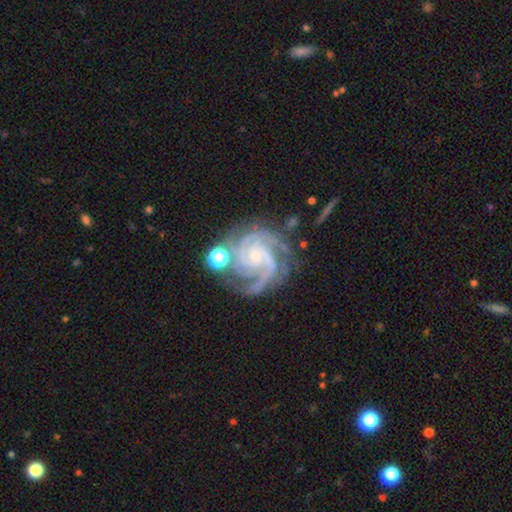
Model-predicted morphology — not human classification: Q: Smooth or featured?
A: featured or disk (92%); runner-up: star or artifact (5%)
Q: Edge-on disk?
A: no (98%); runner-up: yes (2%)
Q: Bar?
A: no (66%); runner-up: weak (24%)
Q: Spiral arms?
A: yes (99%); runner-up: no (1%)
Q: Spiral winding?
A: tight (70%); runner-up: medium (27%)
Q: Spiral arm count?
A: 3 (48%); runner-up: 4 (22%)
Q: Bulge size?
A: small (77%); runner-up: moderate (17%)
Q: Merging?
A: none (67%); runner-up: minor disturbance (19%)